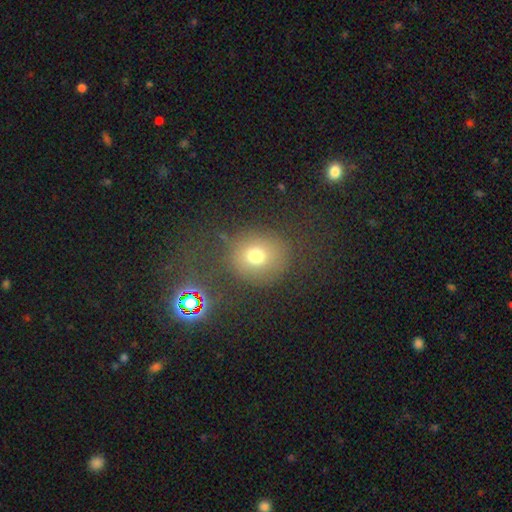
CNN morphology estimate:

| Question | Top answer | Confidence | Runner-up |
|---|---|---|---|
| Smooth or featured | smooth | 70% | star or artifact (19%) |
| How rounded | round | 78% | in between (21%) |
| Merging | none | 76% | minor disturbance (12%) |